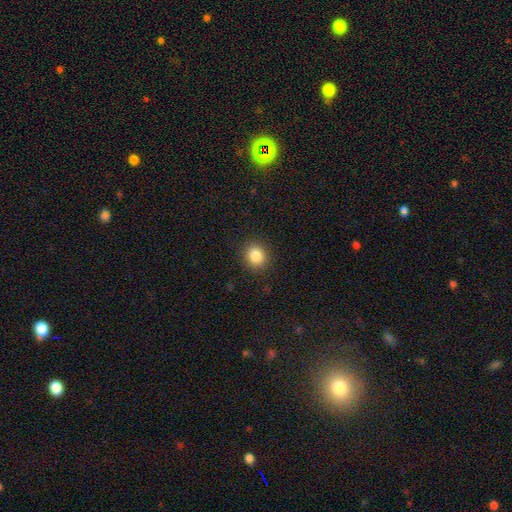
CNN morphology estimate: Smooth or featured: smooth — 85% (star or artifact — 10%)
How rounded: round — 73% (in between — 26%)
Merging: none — 90% (minor disturbance — 7%)